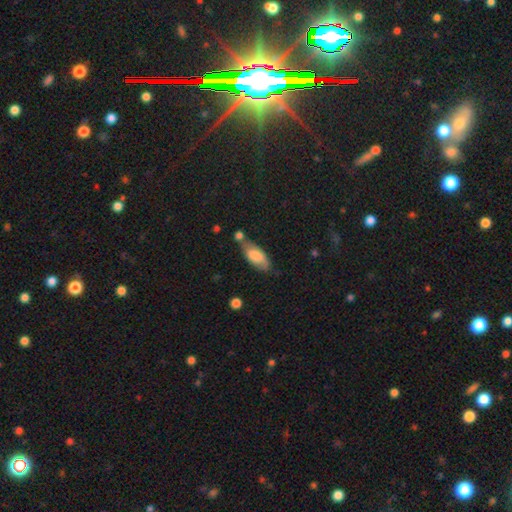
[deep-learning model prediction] Smooth or featured: smooth — 77% (featured or disk — 16%)
How rounded: in between — 81% (cigar-shaped — 16%)
Merging: none — 55% (minor disturbance — 23%)